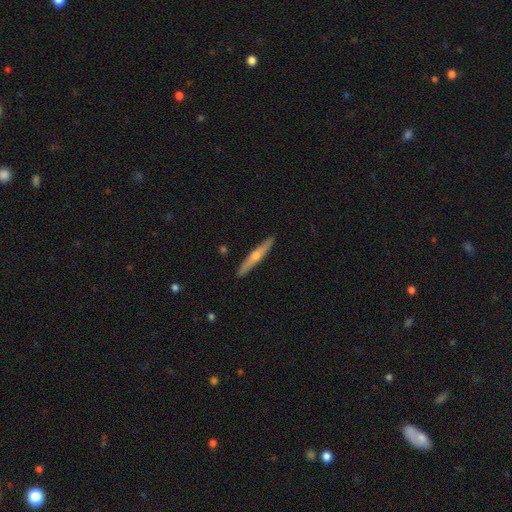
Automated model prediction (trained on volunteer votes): Morphology: type=featured or disk (56%); edge-on=yes (95%); edge-on bulge=rounded (82%); merging=none (91%).